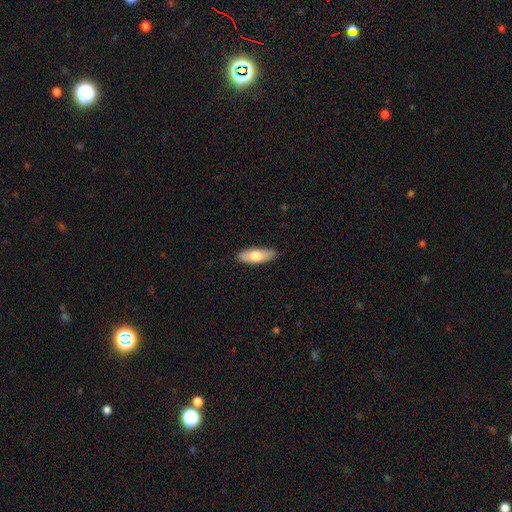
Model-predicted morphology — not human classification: Q: Smooth or featured?
A: smooth (69%); runner-up: featured or disk (25%)
Q: How rounded?
A: in between (65%); runner-up: cigar-shaped (33%)
Q: Merging?
A: none (85%); runner-up: minor disturbance (12%)